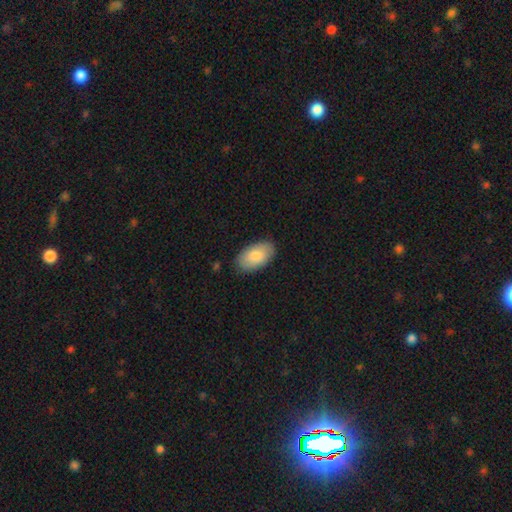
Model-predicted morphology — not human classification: smooth-or-featured: smooth: 83% | featured or disk: 11% | star or artifact: 6%
  how-rounded: in between: 95% | round: 3% | cigar-shaped: 1%
  merging: none: 85% | minor disturbance: 11% | major disturbance: 2% | merger: 1%